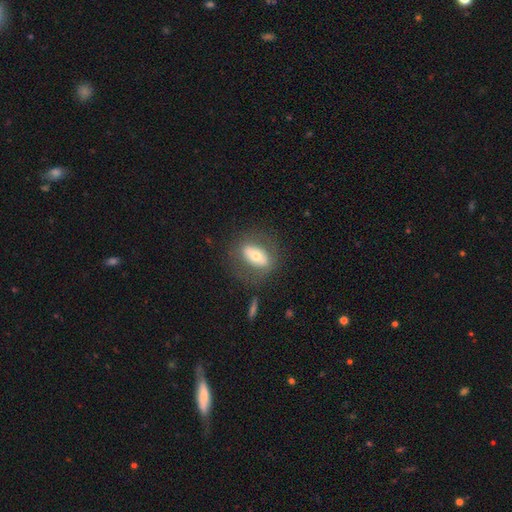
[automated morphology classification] smooth-or-featured: smooth: 49% | featured or disk: 43% | star or artifact: 8%
  merging: none: 72% | minor disturbance: 15% | major disturbance: 10% | merger: 3%